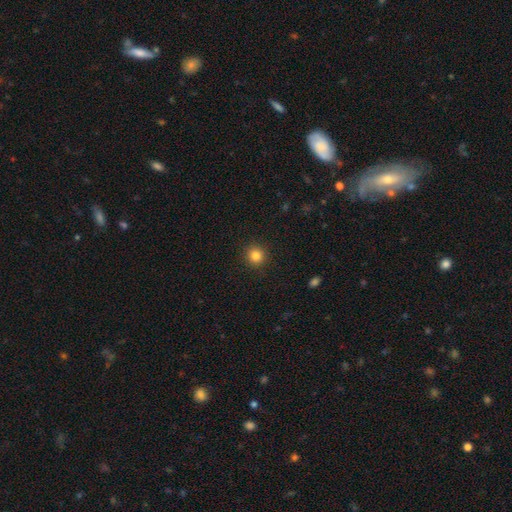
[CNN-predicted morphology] A smooth galaxy with no disk features (83%) that is round (93%).

Vote fractions:
- Smooth or featured? smooth: 83% / star or artifact: 12% / featured or disk: 5%
- How rounded? round: 93% / in between: 6% / cigar-shaped: 1%
- Merging? none: 92% / minor disturbance: 5% / major disturbance: 2% / merger: 1%